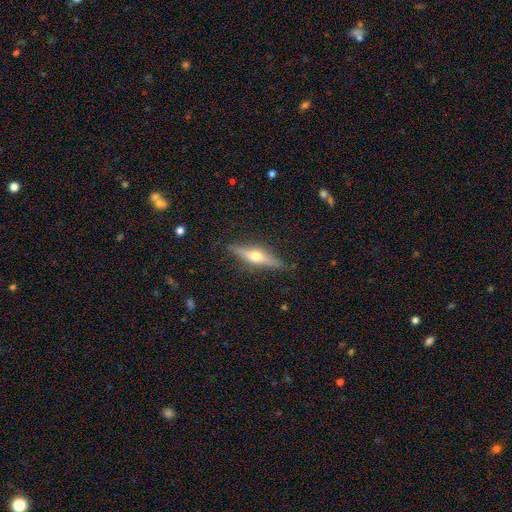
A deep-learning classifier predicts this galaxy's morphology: The model was most divided on "smooth or featured": featured or disk: 67%, smooth: 26%, star or artifact: 6%. More confident: edge-on disk — yes (95%); edge-on bulge — rounded (95%); merging — none (87%).